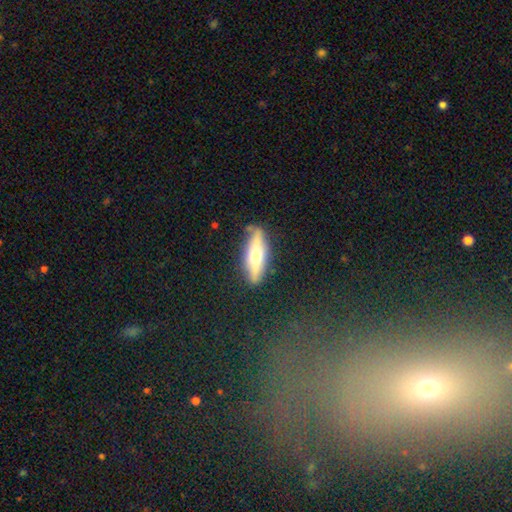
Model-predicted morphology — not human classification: smooth_or_featured: smooth (p=0.51) [alt: featured or disk p=0.42]
how_rounded: cigar-shaped (p=0.56) [alt: in between p=0.41]
merging: none (p=0.81) [alt: minor disturbance p=0.14]